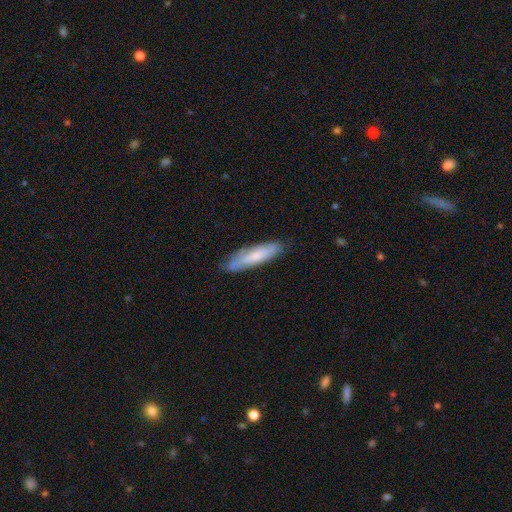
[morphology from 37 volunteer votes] This appears to be a smooth galaxy with no disk features (51%) that is cigar-shaped (79%). Merging: none (78%).